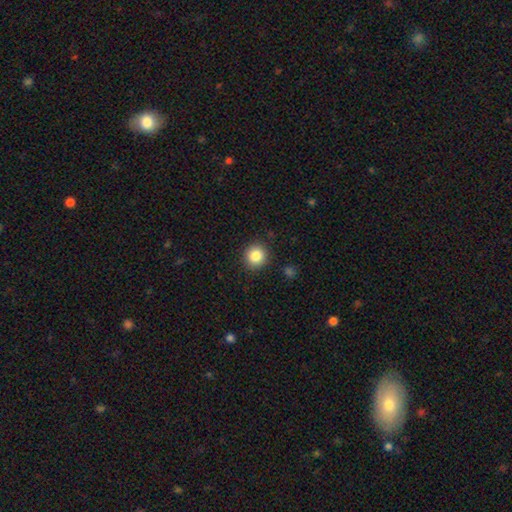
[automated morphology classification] This appears to be a smooth galaxy with no disk features (85%) that is round (91%). Merging: none (90%).